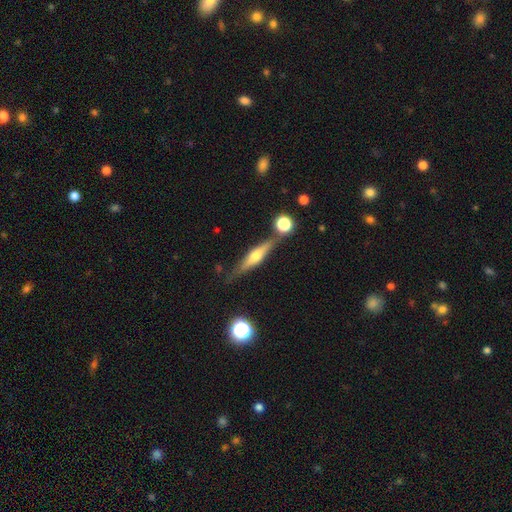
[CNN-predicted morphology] This is likely a featured or disk galaxy (62%). It is clearly viewed edge-on (95%). Edge-on bulge: clearly rounded (86%). Merging: likely none (74%).